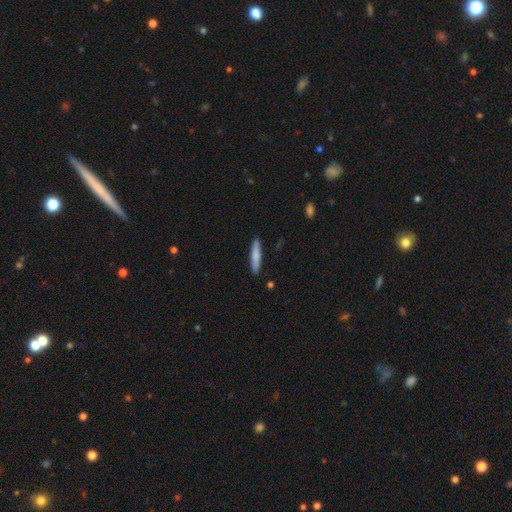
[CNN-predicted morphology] Overall: smooth (75%). How rounded: cigar-shaped (91%). Merging: none (90%).